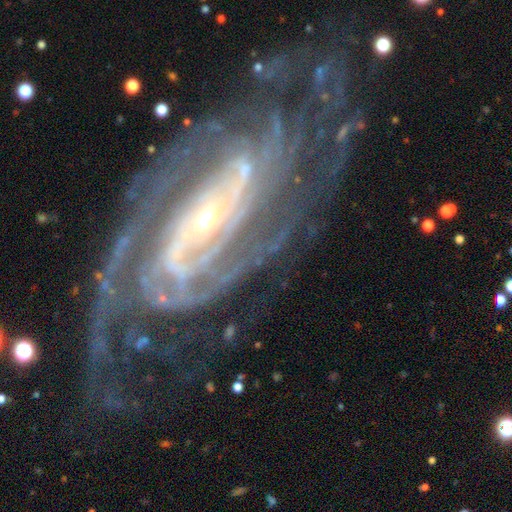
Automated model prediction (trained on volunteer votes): This appears to be a featured or disk galaxy (91%) with no bar (41%), 2 (28%) tight (57%) spiral arms (98%) and a small central bulge (68%). Merging: none (61%).